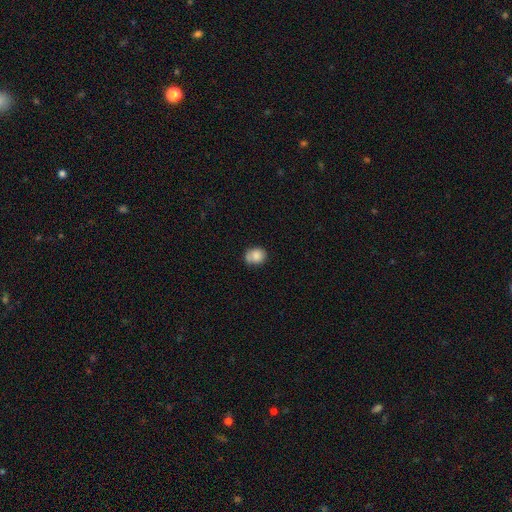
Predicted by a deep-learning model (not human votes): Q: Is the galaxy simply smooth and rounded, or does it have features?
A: smooth — 82%.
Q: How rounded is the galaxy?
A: round — 68%.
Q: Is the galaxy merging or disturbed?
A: none — 59%.